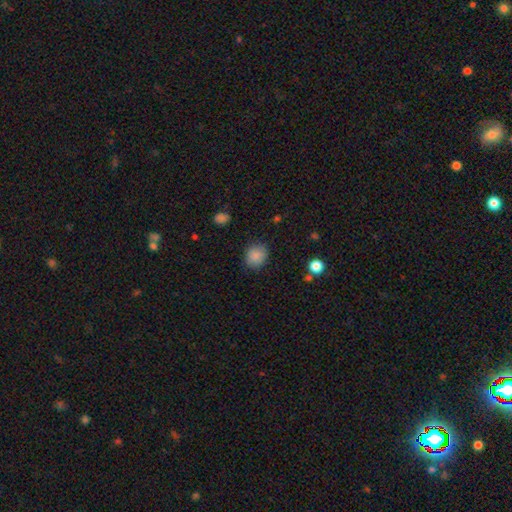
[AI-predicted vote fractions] smooth 87%, star or artifact 9%, featured or disk 4%. Down the decision tree: how rounded — round (78%); merging — none (86%).